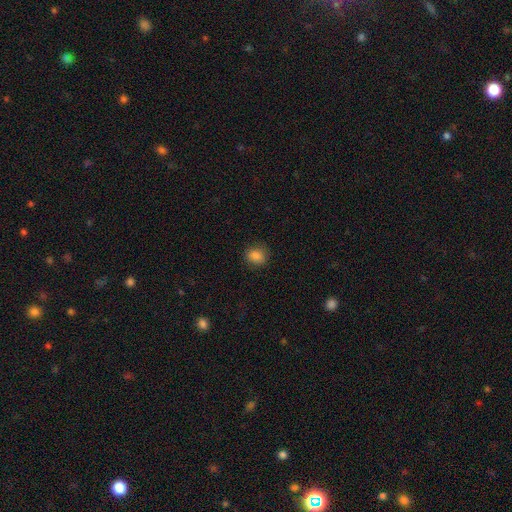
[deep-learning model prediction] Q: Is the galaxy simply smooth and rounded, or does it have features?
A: smooth — 85%.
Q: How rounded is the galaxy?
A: round — 62%.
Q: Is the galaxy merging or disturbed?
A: none — 85%.